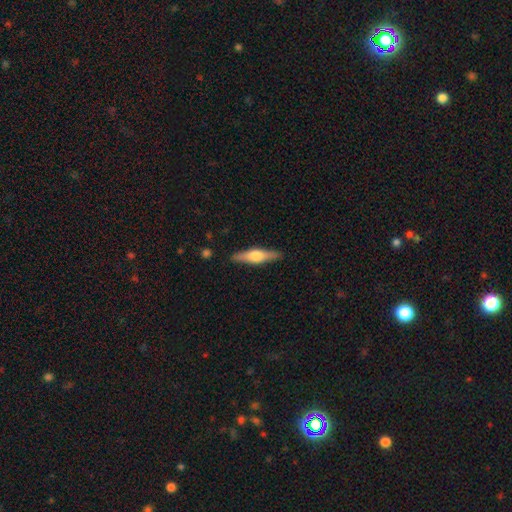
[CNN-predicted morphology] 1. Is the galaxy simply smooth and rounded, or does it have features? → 58% featured or disk, 37% smooth, 5% star or artifact.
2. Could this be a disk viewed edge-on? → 96% yes, 4% no.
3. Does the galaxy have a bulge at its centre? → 90% rounded, 7% boxy, 3% none.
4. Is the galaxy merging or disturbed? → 89% none, 8% minor disturbance, 2% major disturbance, 1% merger.